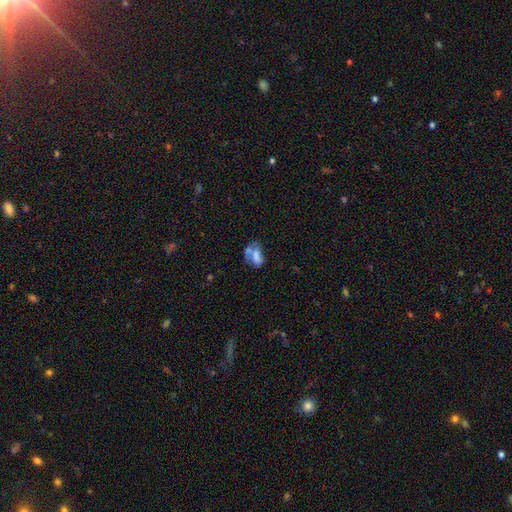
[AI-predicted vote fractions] Smooth or featured: smooth — 59% (featured or disk — 29%)
How rounded: in between — 84% (round — 12%)
Merging: merger — 39% (none — 27%)